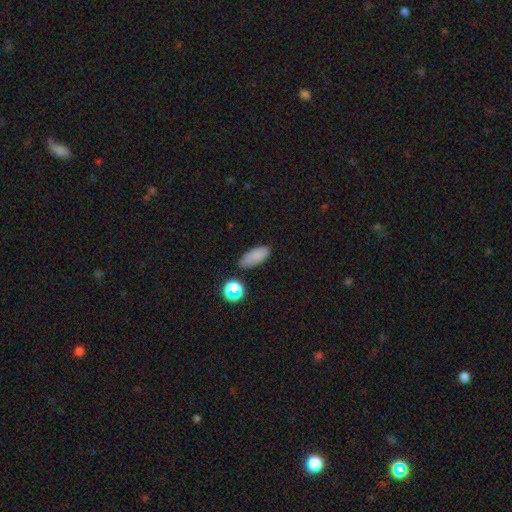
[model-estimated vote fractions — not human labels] The model was most divided on "merging": none: 80%, minor disturbance: 13%, merger: 4%, major disturbance: 3%. More confident: how rounded — in between (84%); smooth or featured — smooth (82%).